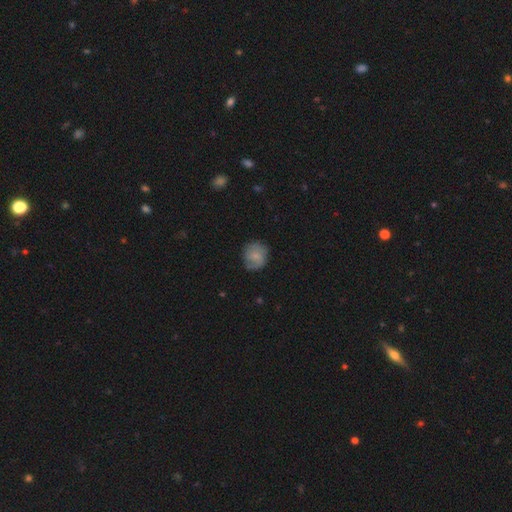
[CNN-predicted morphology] The model was most divided on "smooth or featured": smooth: 65%, featured or disk: 27%, star or artifact: 8%. More confident: how rounded — round (85%); merging — none (73%).